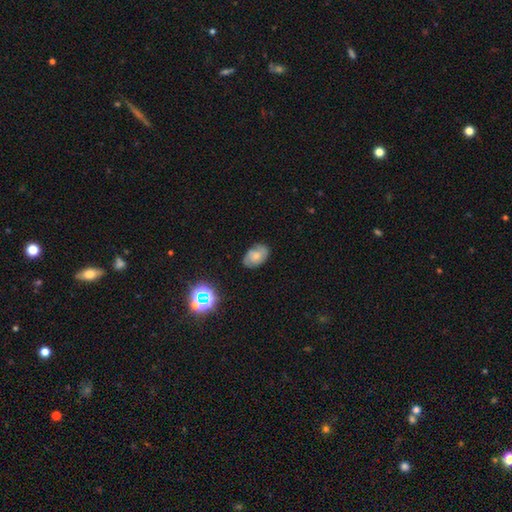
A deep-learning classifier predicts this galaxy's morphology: This is possibly a smooth galaxy (49%). Merging: likely none (73%).